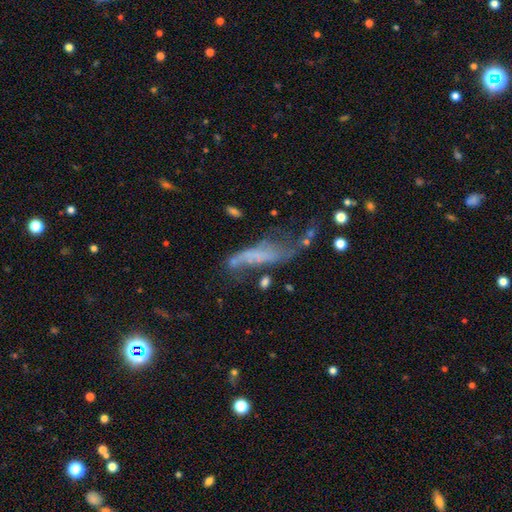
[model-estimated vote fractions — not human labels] Smooth or featured? Predicted: featured or disk (p=0.49). Merging? Predicted: major disturbance (p=0.35).